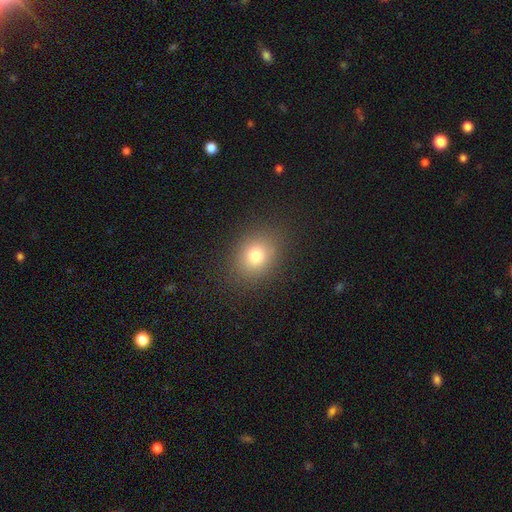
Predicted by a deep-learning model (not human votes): This appears to be a smooth galaxy with no disk features (77%) that is round (59%). Merging: none (87%).